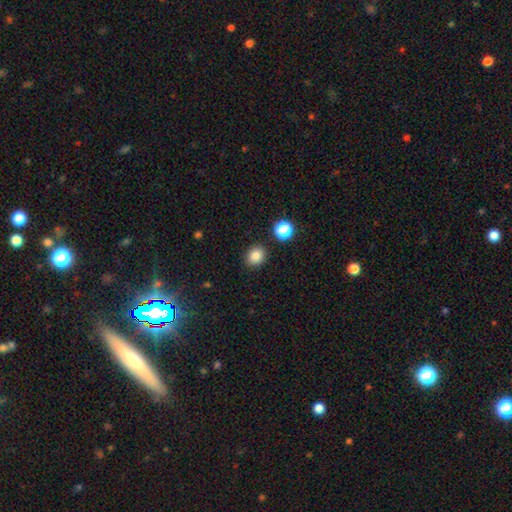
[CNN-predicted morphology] A smooth galaxy with no disk features (84%) that is round (68%). Merging: none (87%).